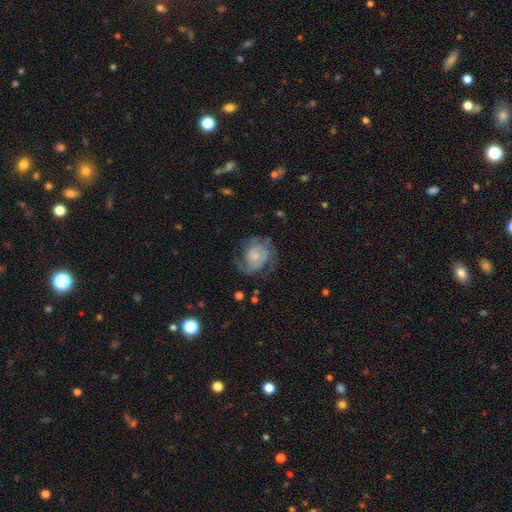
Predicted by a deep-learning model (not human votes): A featured or disk galaxy (64%) with no bar (76%), spiral arms (78%) and a small central bulge (58%).

Vote fractions:
- Smooth or featured? featured or disk: 64% / smooth: 28% / star or artifact: 7%
- Edge-on disk? no: 98% / yes: 2%
- Bar? no: 76% / weak: 20% / strong: 3%
- Spiral arms? yes: 78% / no: 22%
- Bulge size? small: 58% / moderate: 26% / none: 10% / large: 5% / dominant: 2%
- Merging? none: 50% / major disturbance: 24% / minor disturbance: 24% / merger: 2%